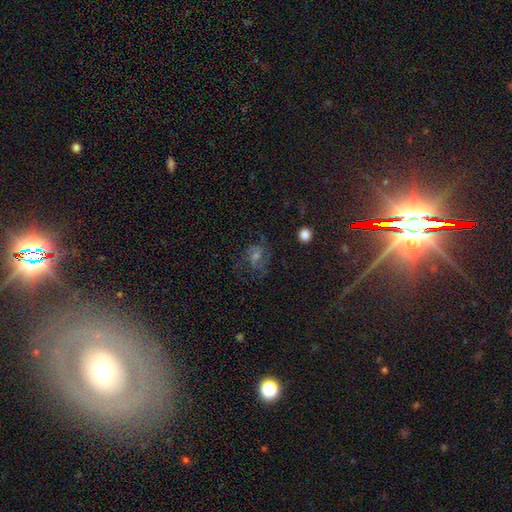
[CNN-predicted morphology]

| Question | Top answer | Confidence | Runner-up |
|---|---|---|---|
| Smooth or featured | featured or disk | 57% | star or artifact (27%) |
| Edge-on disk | no | 96% | yes (4%) |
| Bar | no | 46% | weak (42%) |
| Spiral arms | yes | 90% | no (10%) |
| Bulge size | moderate | 45% | small (41%) |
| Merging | none | 72% | minor disturbance (15%) |